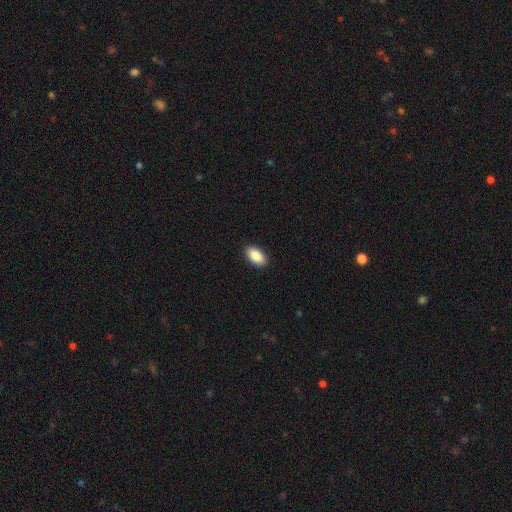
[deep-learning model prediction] A smooth galaxy with no disk features (89%) that is in between round and cigar-shaped (94%). Merging: none (91%).